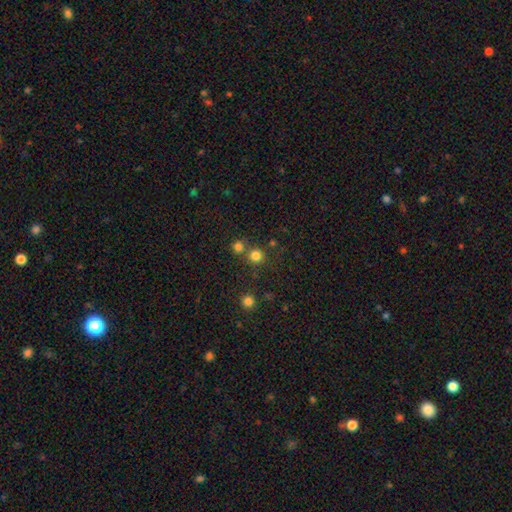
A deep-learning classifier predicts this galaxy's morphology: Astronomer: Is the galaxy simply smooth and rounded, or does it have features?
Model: smooth — 79%.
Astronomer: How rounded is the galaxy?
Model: round — 93%.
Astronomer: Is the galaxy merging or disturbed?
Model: none — 71%.